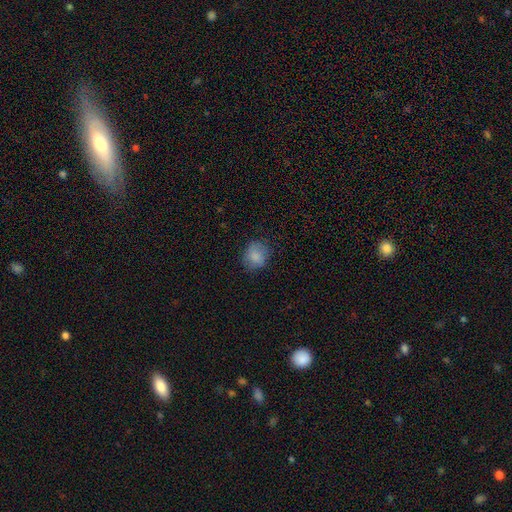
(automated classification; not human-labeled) This is clearly a smooth galaxy (83%). How rounded: likely round (65%). Merging: likely none (77%).